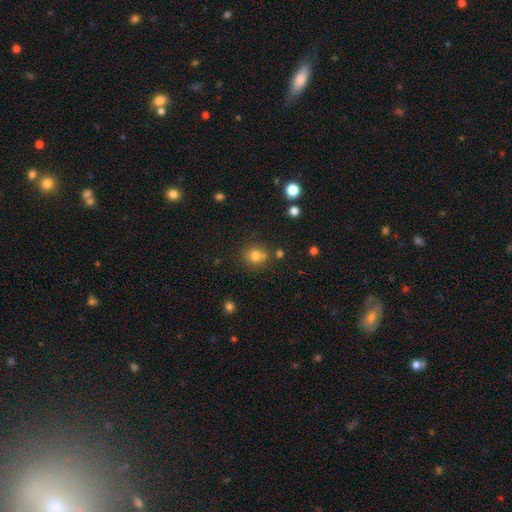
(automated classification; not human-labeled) A smooth galaxy with no disk features (76%) that is round (86%). Merging: none (66%).